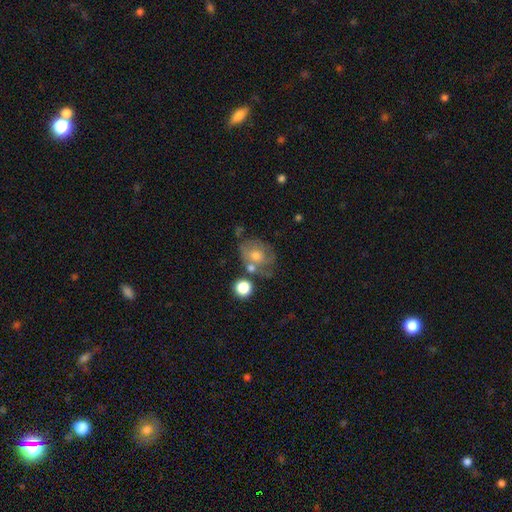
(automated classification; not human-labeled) A smooth galaxy with no disk features (48%). Merging: none (43%).